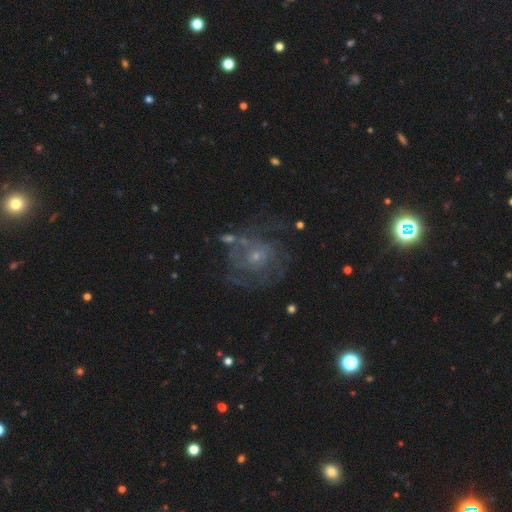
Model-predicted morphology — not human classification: smooth_or_featured: featured or disk (p=0.73) [alt: smooth p=0.15]
disk_edge_on: no (p=0.98) [alt: yes p=0.02]
bar: no (p=0.75) [alt: weak p=0.22]
has_spiral_arms: yes (p=0.77) [alt: no p=0.23]
spiral_winding: tight (p=0.48) [alt: medium p=0.37]
spiral_arm_count: can't tell (p=0.48) [alt: 2 p=0.17]
bulge_size: small (p=0.72) [alt: moderate p=0.20]
merging: none (p=0.58) [alt: major disturbance p=0.19]